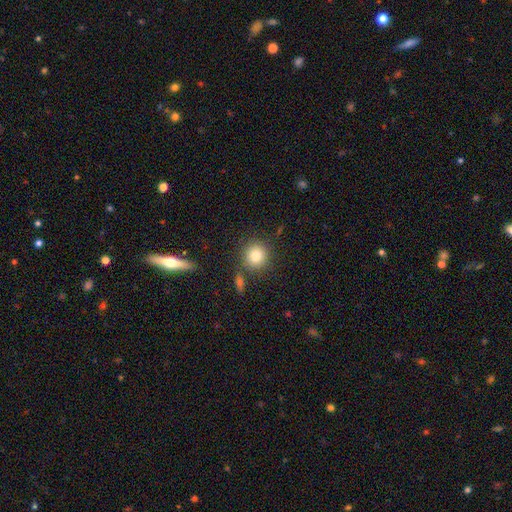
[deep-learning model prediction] The model was most divided on "smooth or featured": smooth: 81%, star or artifact: 10%, featured or disk: 8%. More confident: how rounded — round (90%); merging — none (81%).